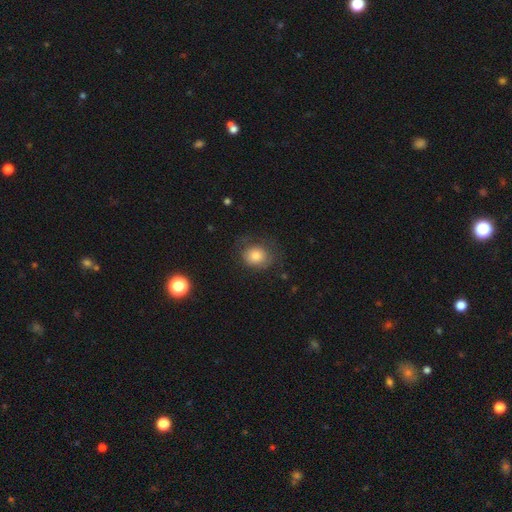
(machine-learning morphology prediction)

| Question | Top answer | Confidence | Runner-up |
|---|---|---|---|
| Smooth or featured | smooth | 76% | featured or disk (14%) |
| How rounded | round | 62% | in between (37%) |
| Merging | none | 63% | minor disturbance (22%) |